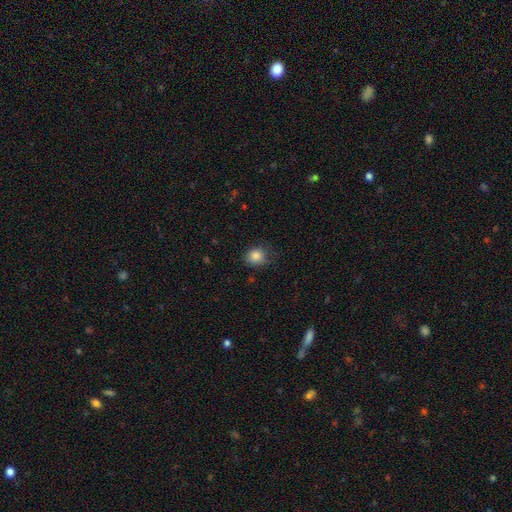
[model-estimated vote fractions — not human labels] Smooth or featured: smooth — 85% (star or artifact — 10%)
How rounded: round — 72% (in between — 27%)
Merging: none — 71% (minor disturbance — 22%)